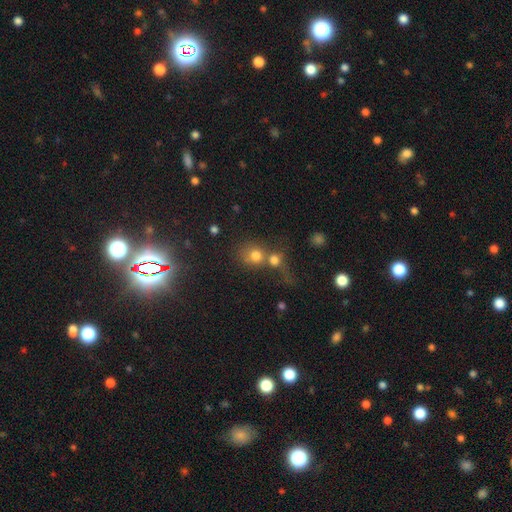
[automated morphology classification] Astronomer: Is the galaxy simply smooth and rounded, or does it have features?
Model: smooth — 72%.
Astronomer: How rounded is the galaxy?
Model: round — 80%.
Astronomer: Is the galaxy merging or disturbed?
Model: merger — 54% (runner-up: none, 31%).